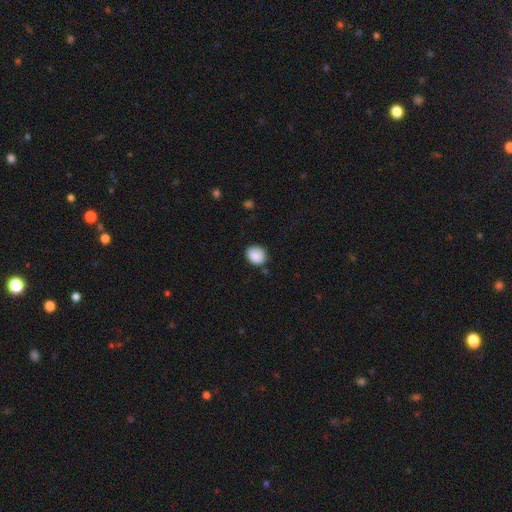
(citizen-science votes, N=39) smooth 100%, featured or disk 0%, star or artifact 0%. Down the decision tree: how rounded — round (79%); merging — none (77%).